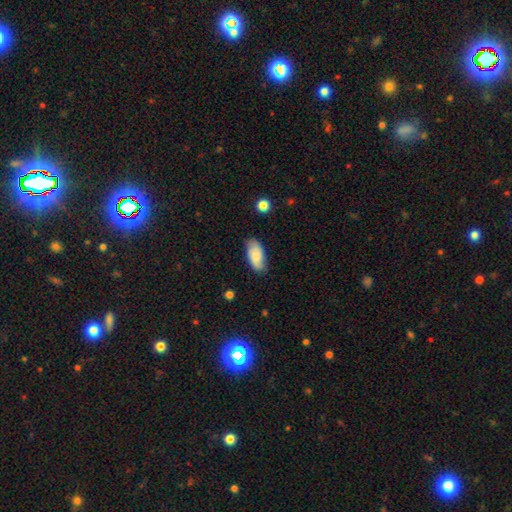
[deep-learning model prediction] Smooth or featured? smooth (80%)
How rounded? in between (91%)
Merging? none (79%)